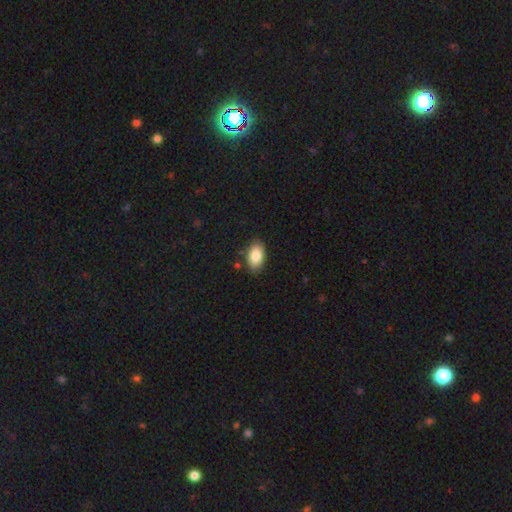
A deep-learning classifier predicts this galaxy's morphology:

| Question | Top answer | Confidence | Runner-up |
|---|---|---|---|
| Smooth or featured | smooth | 87% | star or artifact (7%) |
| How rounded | in between | 94% | round (5%) |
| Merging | none | 85% | minor disturbance (11%) |